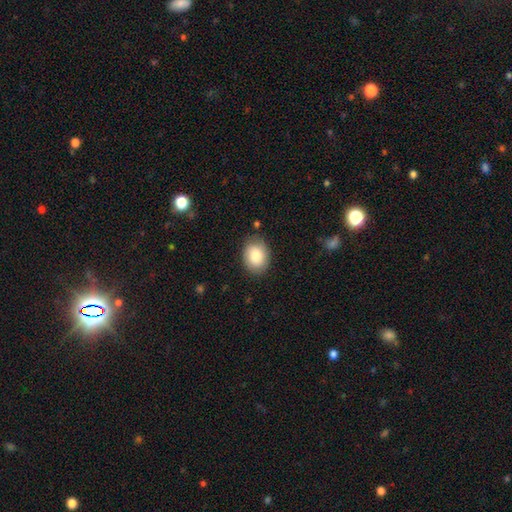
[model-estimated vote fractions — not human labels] Morphology: type=smooth (83%); roundness=in between (61%); merging=none (82%).